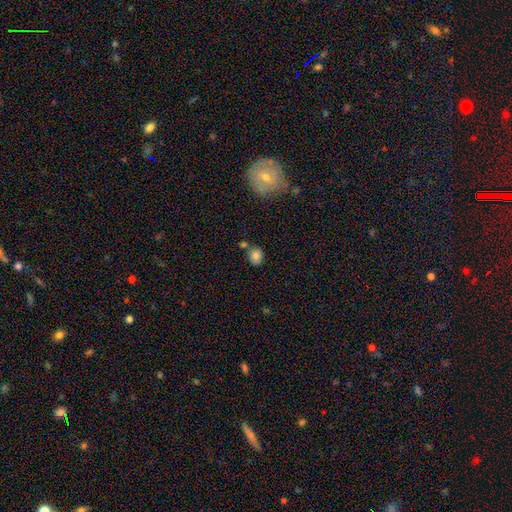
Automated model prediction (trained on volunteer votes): A smooth galaxy with no disk features (83%) that is round (69%).

Vote fractions:
- Smooth or featured? smooth: 83% / star or artifact: 10% / featured or disk: 8%
- How rounded? round: 69% / in between: 30% / cigar-shaped: 1%
- Merging? none: 71% / merger: 14% / minor disturbance: 12% / major disturbance: 3%